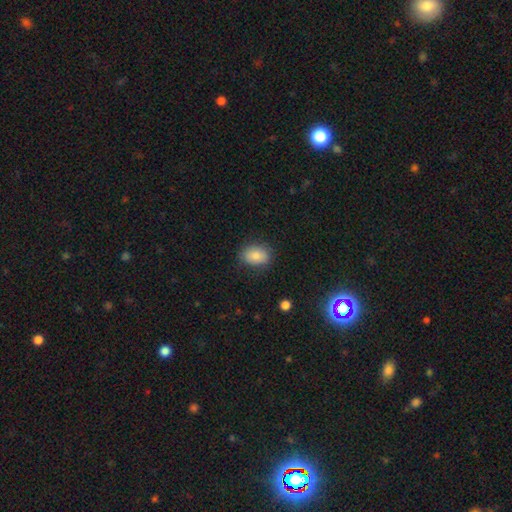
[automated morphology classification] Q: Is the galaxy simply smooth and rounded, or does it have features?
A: smooth — 81%.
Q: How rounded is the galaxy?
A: in between — 73%.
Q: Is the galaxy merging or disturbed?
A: none — 82%.